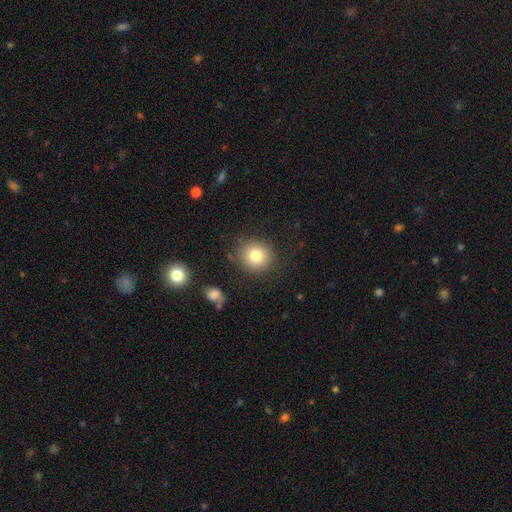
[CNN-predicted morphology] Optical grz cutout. It shows a smooth galaxy with no disk features (82%) that is round (85%). Merging: none (84%).